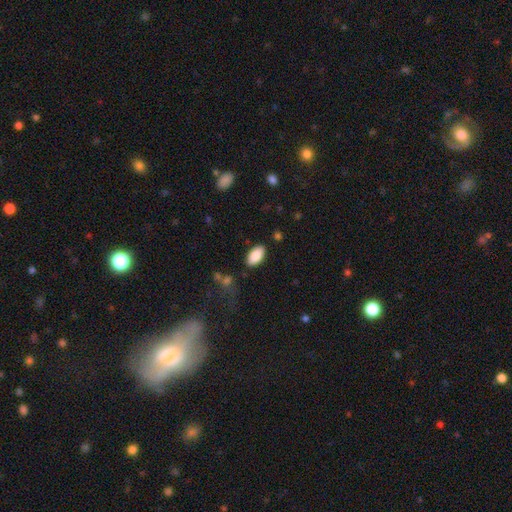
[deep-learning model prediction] This is clearly a smooth galaxy (87%). How rounded: clearly in between (94%). Merging: clearly none (86%).